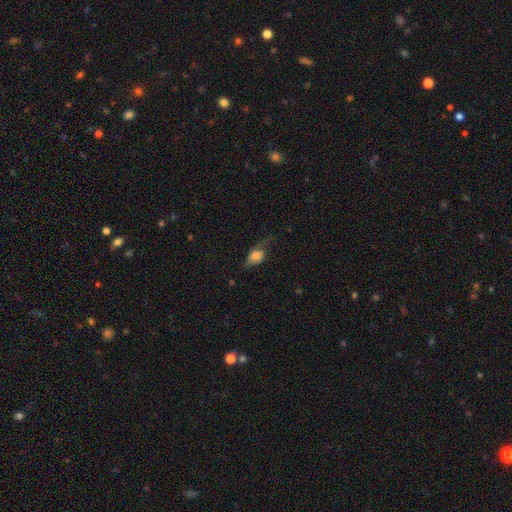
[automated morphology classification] Smooth or featured?
  - smooth: 72% *
  - featured or disk: 19%
  - star or artifact: 9%
How rounded?
  - in between: 81% *
  - round: 14%
  - cigar-shaped: 5%
Merging?
  - none: 41% *
  - minor disturbance: 32%
  - major disturbance: 25%
  - merger: 2%